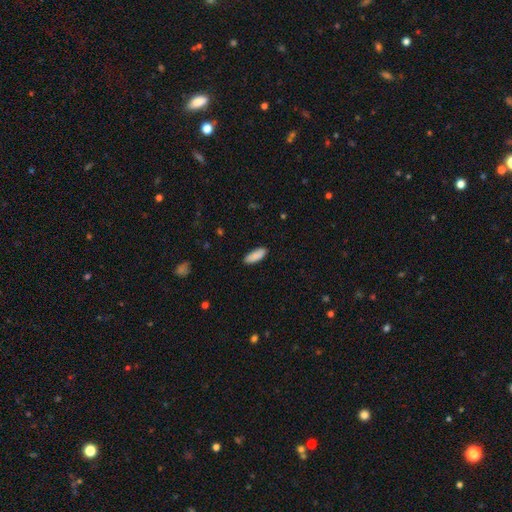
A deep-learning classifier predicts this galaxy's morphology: This appears to be a smooth galaxy with no disk features (90%) that is in between round and cigar-shaped (71%). Merging: none (89%).